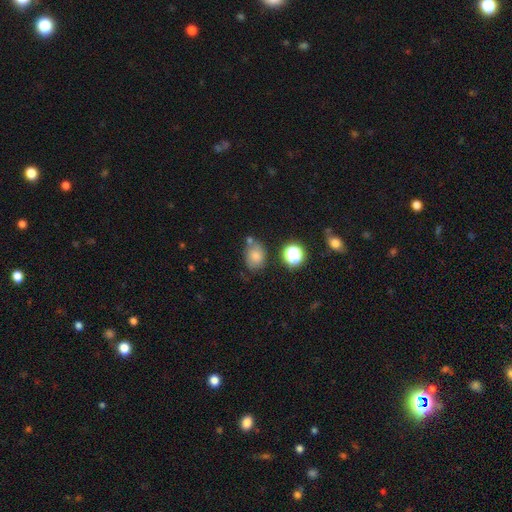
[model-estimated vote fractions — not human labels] Overall: smooth (73%). How rounded: in between (59%; round 40%). Merging: none (60%; minor disturbance 21%).